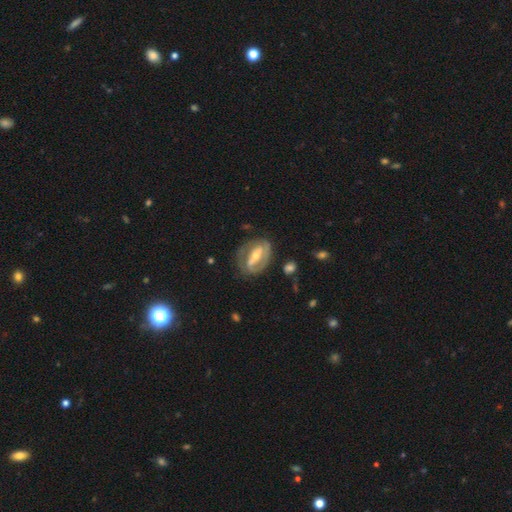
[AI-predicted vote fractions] Smooth or featured: featured or disk — 76% (smooth — 18%)
Edge-on disk: no — 92% (yes — 8%)
Bar: strong — 59% (weak — 25%)
Spiral arms: yes — 64% (no — 36%)
Bulge size: moderate — 60% (small — 33%)
Merging: none — 67% (minor disturbance — 19%)